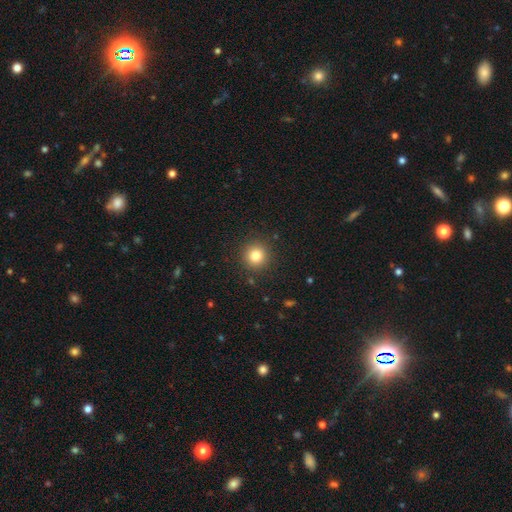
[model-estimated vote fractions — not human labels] smooth 81%, star or artifact 12%, featured or disk 7%. Down the decision tree: how rounded — round (93%); merging — none (90%).